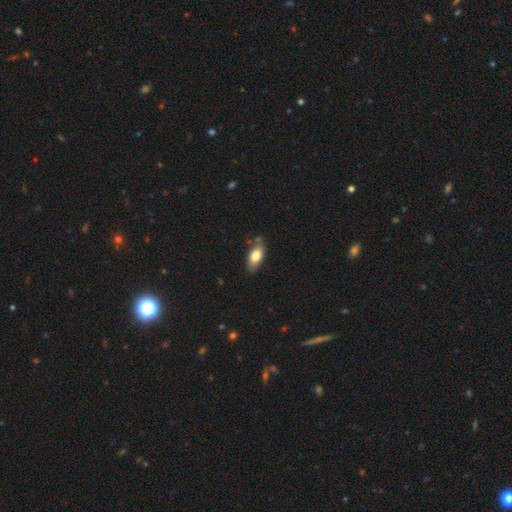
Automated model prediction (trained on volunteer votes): Smooth or featured? Predicted: smooth (p=0.75). How rounded? Predicted: in between (p=0.87). Merging? Predicted: none (p=0.70).